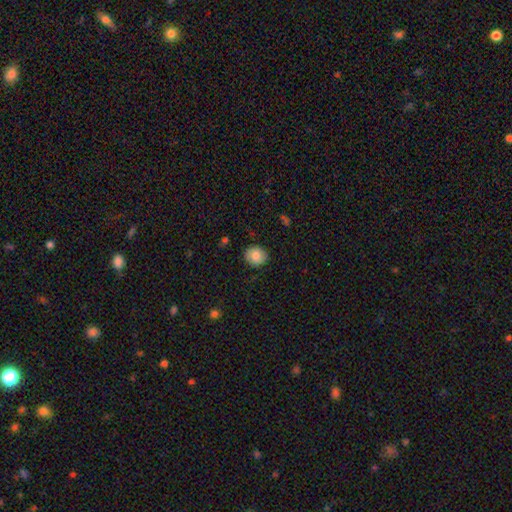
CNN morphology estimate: The model was most divided on "how rounded": round: 70%, in between: 30%, cigar-shaped: 1%. More confident: merging — none (87%); smooth or featured — smooth (84%).